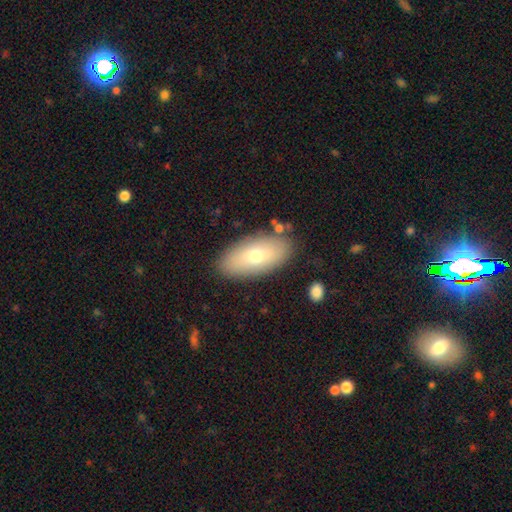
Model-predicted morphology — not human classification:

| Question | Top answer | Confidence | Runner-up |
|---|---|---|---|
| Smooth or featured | smooth | 68% | featured or disk (24%) |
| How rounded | in between | 90% | cigar-shaped (7%) |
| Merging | none | 84% | minor disturbance (10%) |